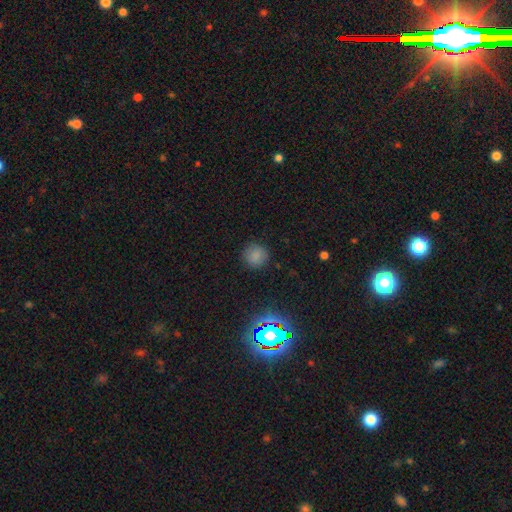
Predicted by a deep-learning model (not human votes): Overall: smooth (79%). How rounded: round (93%). Merging: none (89%).